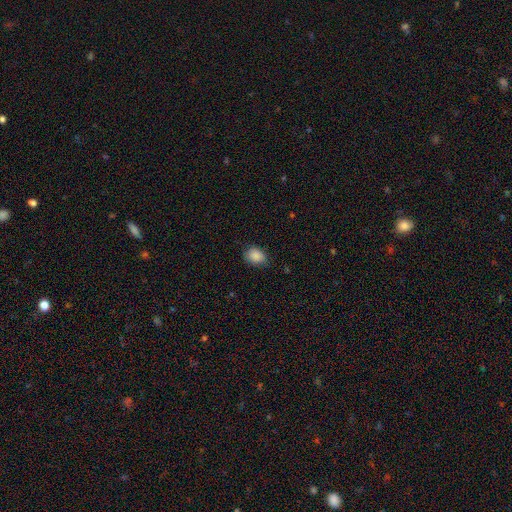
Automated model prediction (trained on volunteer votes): A smooth galaxy with no disk features (88%) that is in between round and cigar-shaped (60%). Merging: none (75%).